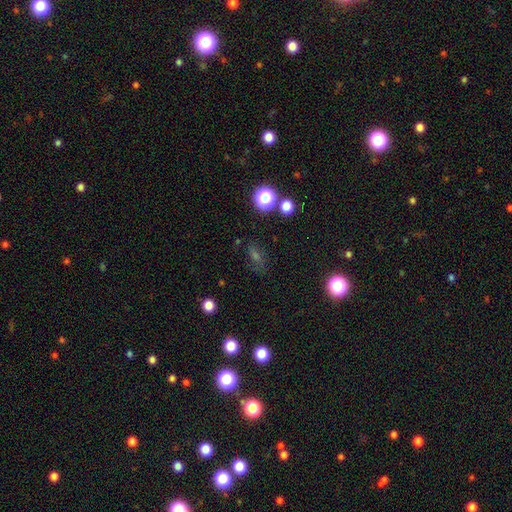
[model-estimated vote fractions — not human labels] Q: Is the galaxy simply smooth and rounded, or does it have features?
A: smooth — 43%.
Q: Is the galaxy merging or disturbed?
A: none — 72%.